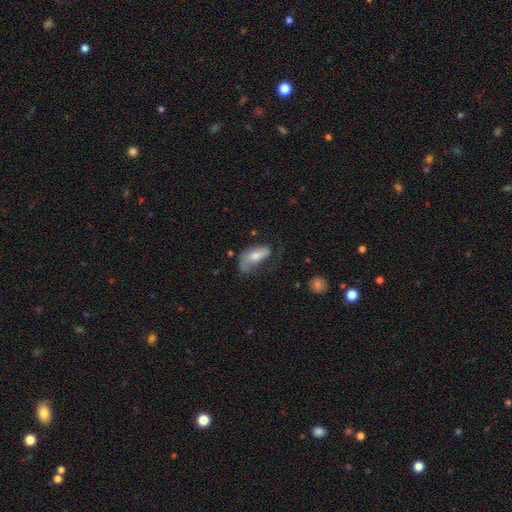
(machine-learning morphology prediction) type=smooth (62%); roundness=in between (84%); merging=major disturbance (38%).